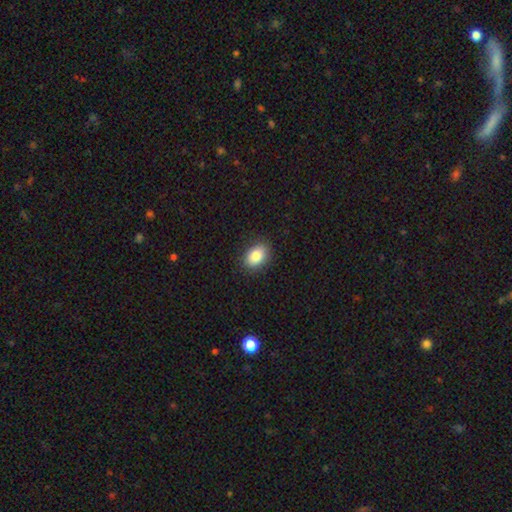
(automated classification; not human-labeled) Smooth or featured? Predicted: smooth (p=0.85). How rounded? Predicted: in between (p=0.80). Merging? Predicted: none (p=0.88).